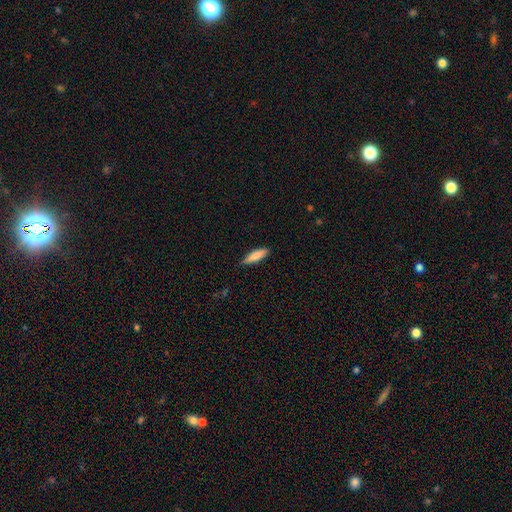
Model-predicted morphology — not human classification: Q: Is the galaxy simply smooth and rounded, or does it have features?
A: smooth — 83%.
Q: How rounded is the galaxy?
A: cigar-shaped — 59%.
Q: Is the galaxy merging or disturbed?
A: none — 83%.